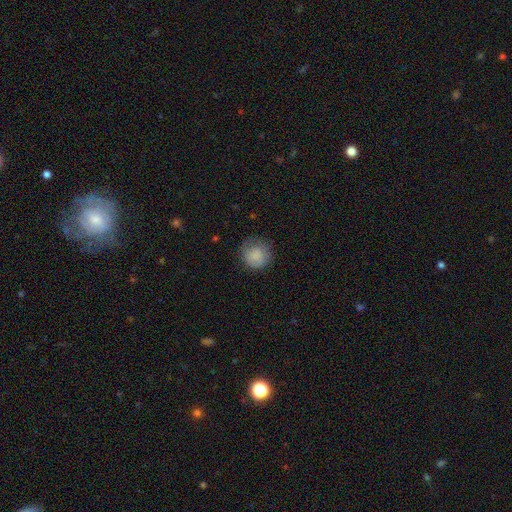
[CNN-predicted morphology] Q: Smooth or featured?
A: smooth (84%); runner-up: featured or disk (9%)
Q: How rounded?
A: round (91%); runner-up: in between (8%)
Q: Merging?
A: none (69%); runner-up: minor disturbance (22%)